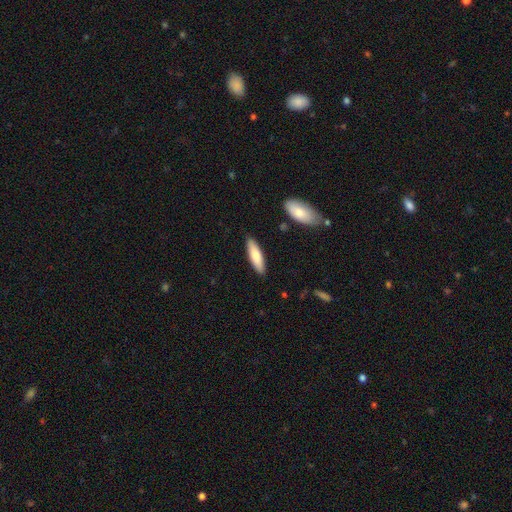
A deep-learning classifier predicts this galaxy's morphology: A smooth galaxy with no disk features (76%) that is cigar-shaped (61%).

Vote fractions:
- Smooth or featured? smooth: 76% / featured or disk: 19% / star or artifact: 5%
- How rounded? cigar-shaped: 61% / in between: 37% / round: 1%
- Merging? none: 87% / minor disturbance: 9% / merger: 2% / major disturbance: 2%